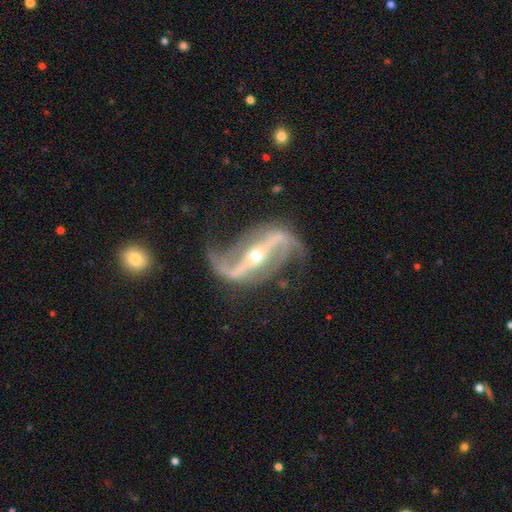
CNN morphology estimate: This is clearly a featured or disk galaxy (93%). It is clearly not viewed edge-on (95%). Bar: likely strong (73%). Spiral arm pattern: clearly yes (97%). Spiral arm count: clearly 2 (94%). Spiral winding: likely loose (65%). Central bulge: possibly small (58%). Merging: likely none (70%).